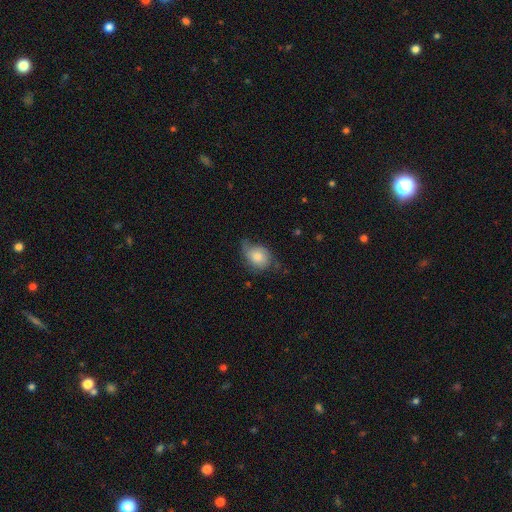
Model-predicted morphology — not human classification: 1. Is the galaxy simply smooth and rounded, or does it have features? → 64% smooth, 28% featured or disk, 9% star or artifact.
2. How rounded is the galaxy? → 56% in between, 43% round, 1% cigar-shaped.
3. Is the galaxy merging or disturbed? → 43% none, 39% minor disturbance, 17% major disturbance, 2% merger.